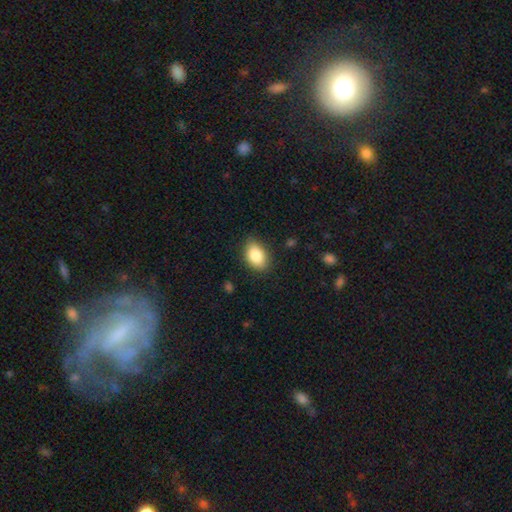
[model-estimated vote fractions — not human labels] Smooth or featured?
  - smooth: 86% *
  - star or artifact: 7%
  - featured or disk: 6%
How rounded?
  - in between: 88% *
  - round: 11%
  - cigar-shaped: 1%
Merging?
  - none: 83% *
  - minor disturbance: 13%
  - major disturbance: 3%
  - merger: 1%